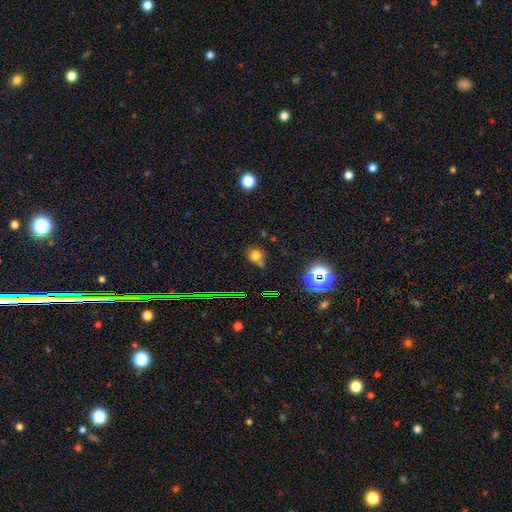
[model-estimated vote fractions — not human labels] A smooth galaxy with no disk features (66%) that is round (73%). Merging: none (60%).